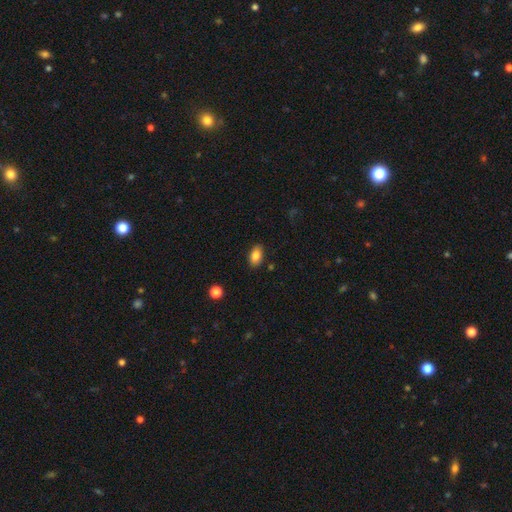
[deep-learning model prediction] This appears to be a smooth galaxy with no disk features (84%) that is in between round and cigar-shaped (90%). Merging: none (85%).